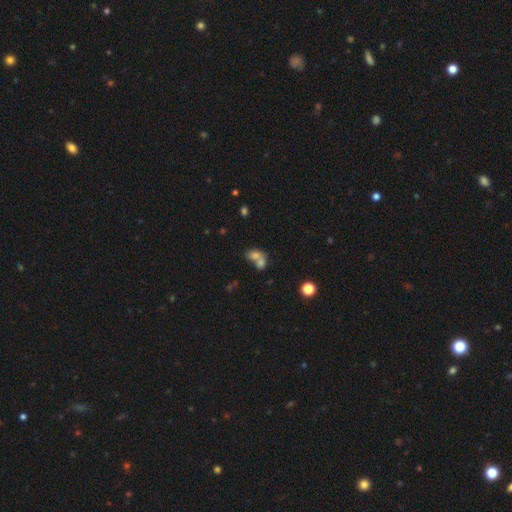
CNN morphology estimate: Overall: smooth (72%). How rounded: in between (69%; round 29%). Merging: merger (69%).